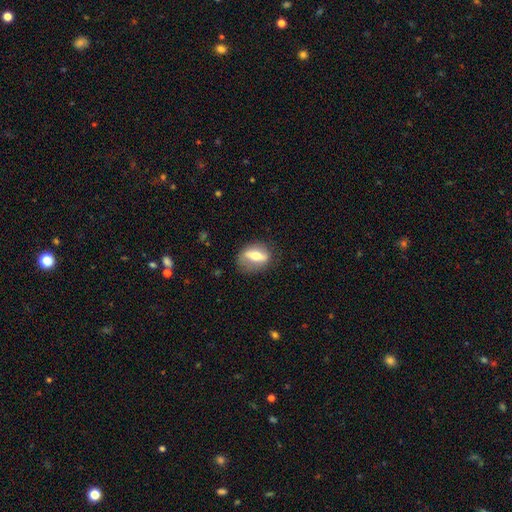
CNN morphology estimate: Smooth or featured? smooth (48%)
Merging? none (75%)